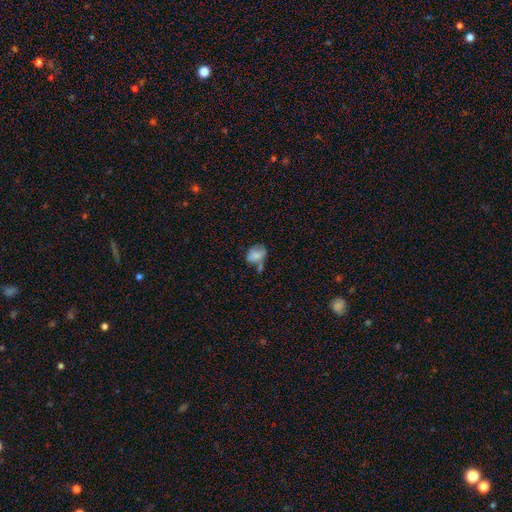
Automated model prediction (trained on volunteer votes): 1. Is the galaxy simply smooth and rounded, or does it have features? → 68% smooth, 21% featured or disk, 11% star or artifact.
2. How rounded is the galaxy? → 72% in between, 26% round, 2% cigar-shaped.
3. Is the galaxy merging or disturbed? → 34% none, 26% minor disturbance, 23% merger, 17% major disturbance.